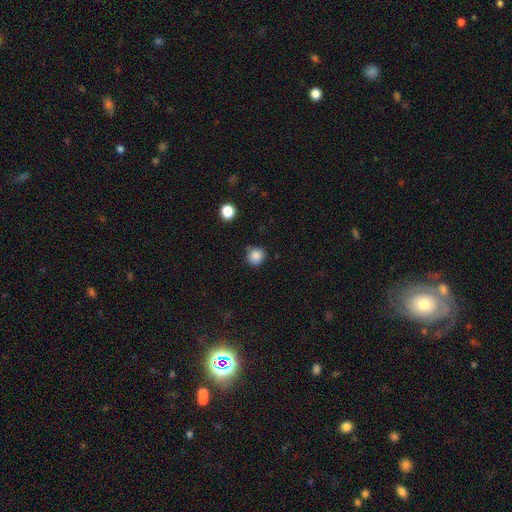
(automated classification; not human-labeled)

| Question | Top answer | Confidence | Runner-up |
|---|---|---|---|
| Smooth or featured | smooth | 85% | star or artifact (11%) |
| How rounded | round | 90% | in between (9%) |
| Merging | none | 80% | minor disturbance (14%) |